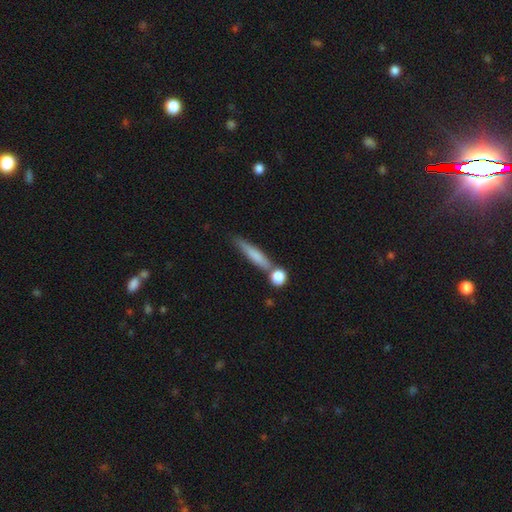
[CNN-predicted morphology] Smooth or featured? Predicted: smooth (p=0.66). How rounded? Predicted: cigar-shaped (p=0.85). Merging? Predicted: none (p=0.62).